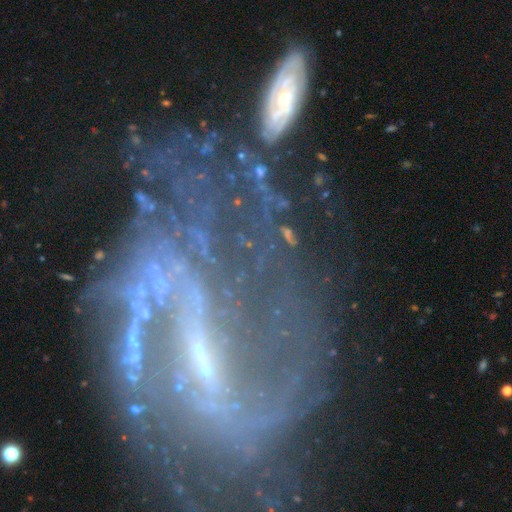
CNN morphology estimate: The model was most divided on "spiral winding": medium: 38%, loose: 37%, tight: 25%. Remaining: edge-on disk — no (94%); smooth or featured — featured or disk (81%); spiral arms — yes (80%); bulge size — small (60%); spiral arm count — 2 (50%); bar — strong (45%); merging — none (43%).